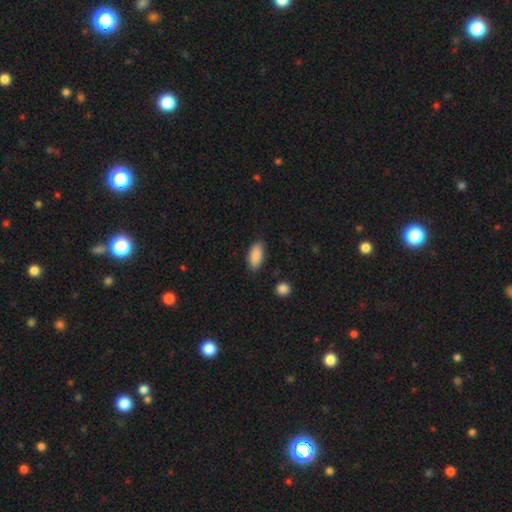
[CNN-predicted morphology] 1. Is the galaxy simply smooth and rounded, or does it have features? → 90% smooth, 6% star or artifact, 4% featured or disk.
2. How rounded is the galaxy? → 89% in between, 9% cigar-shaped, 2% round.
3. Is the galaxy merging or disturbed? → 85% none, 11% minor disturbance, 2% major disturbance, 2% merger.